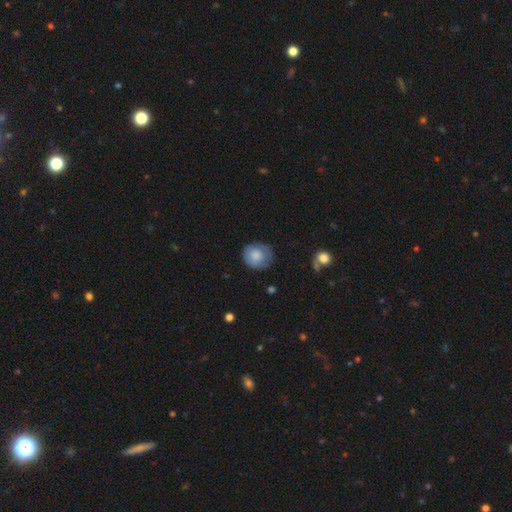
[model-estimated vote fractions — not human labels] A smooth galaxy with no disk features (75%) that is round (84%). Merging: none (69%).